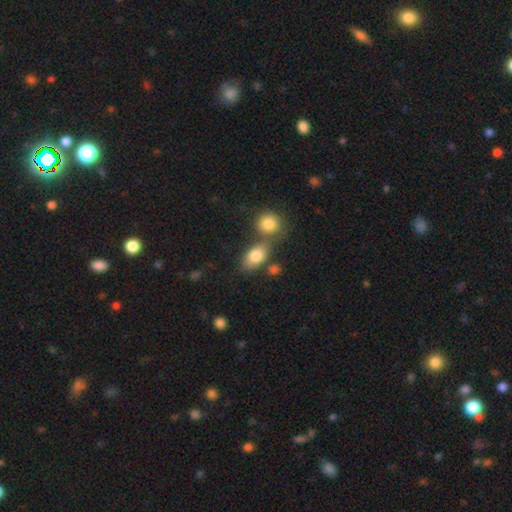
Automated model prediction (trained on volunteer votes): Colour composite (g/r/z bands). It shows a smooth galaxy with no disk features (82%) that is in between round and cigar-shaped (84%). Merging: none (49%).